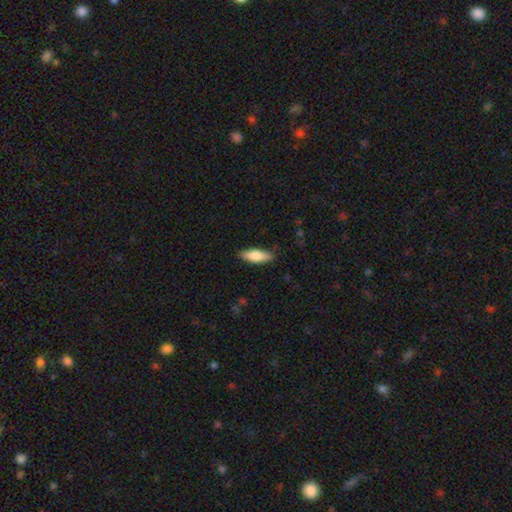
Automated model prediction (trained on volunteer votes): smooth 79%, featured or disk 15%, star or artifact 6%. Down the decision tree: how rounded — in between (64%); merging — none (86%).